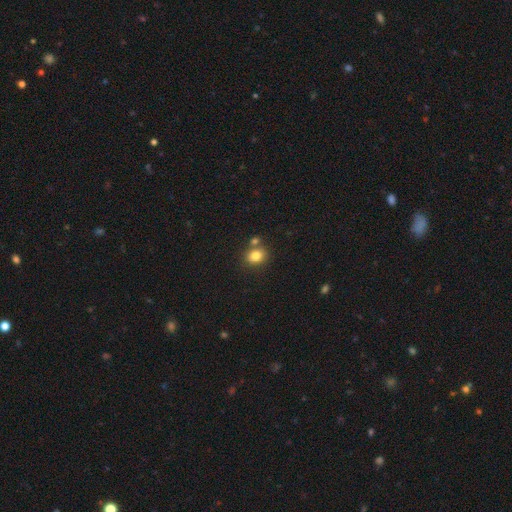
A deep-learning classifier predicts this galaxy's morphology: Smooth or featured: smooth — 82% (star or artifact — 11%)
How rounded: round — 55% (in between — 44%)
Merging: none — 67% (merger — 19%)